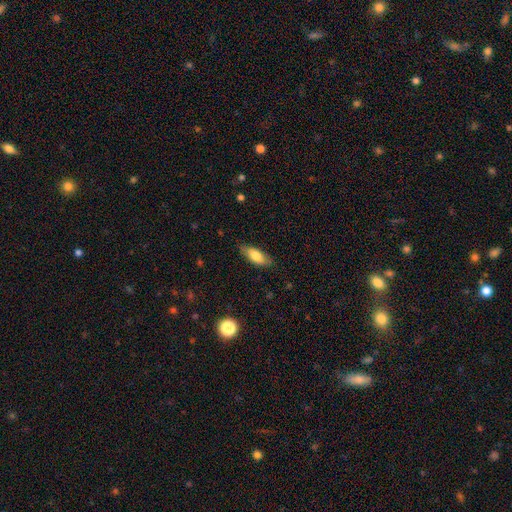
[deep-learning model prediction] smooth-or-featured: smooth: 75% | featured or disk: 18% | star or artifact: 7%
  how-rounded: in between: 75% | cigar-shaped: 22% | round: 3%
  merging: none: 82% | minor disturbance: 14% | major disturbance: 3% | merger: 1%